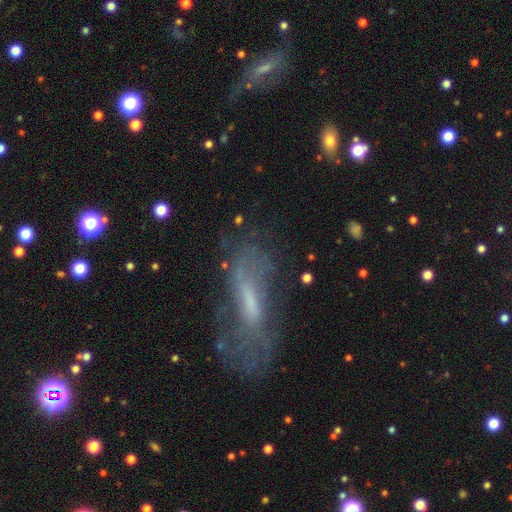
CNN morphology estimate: Smooth or featured?
  - featured or disk: 53% *
  - smooth: 34%
  - star or artifact: 13%
Edge-on disk?
  - no: 76% *
  - yes: 24%
Merging?
  - none: 50% *
  - minor disturbance: 23%
  - major disturbance: 23%
  - merger: 4%